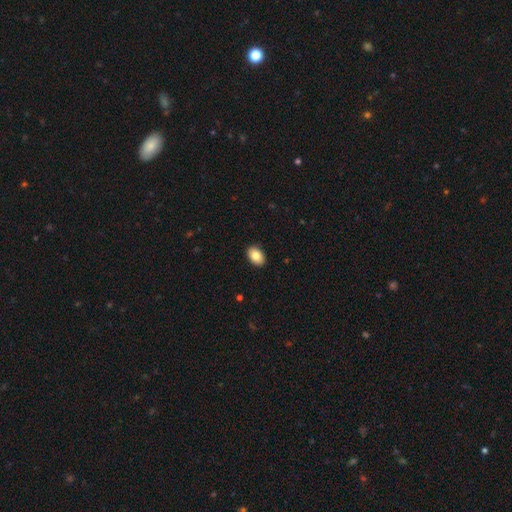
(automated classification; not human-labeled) Smooth or featured? Predicted: smooth (p=0.84). How rounded? Predicted: in between (p=0.87). Merging? Predicted: none (p=0.91).